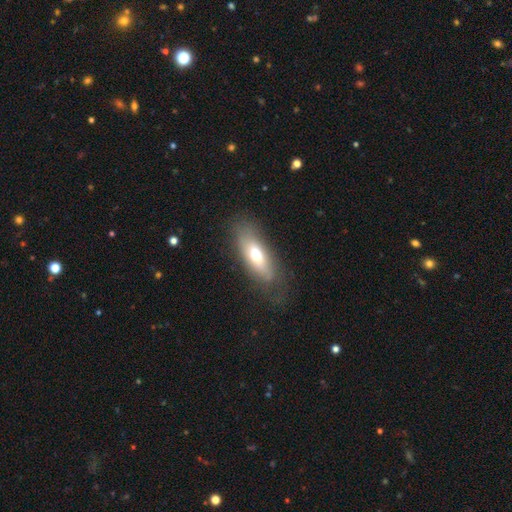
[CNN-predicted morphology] smooth 63%, featured or disk 29%, star or artifact 8%. Down the decision tree: how rounded — in between (71%); merging — none (71%).